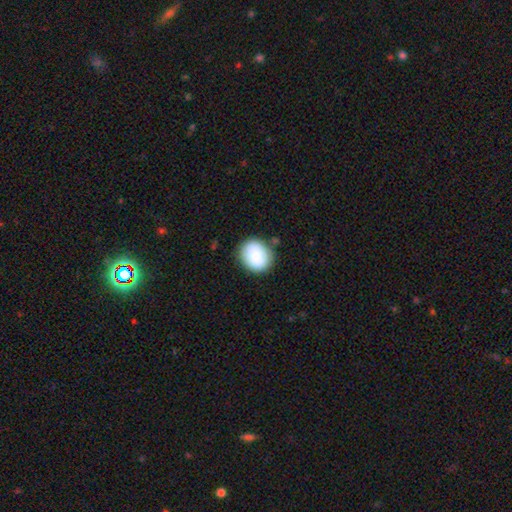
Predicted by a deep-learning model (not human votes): This appears to be a smooth galaxy with no disk features (78%) that is round (70%). Merging: none (80%).